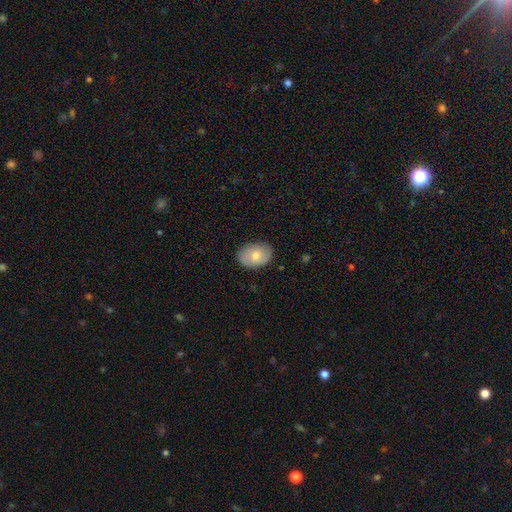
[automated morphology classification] The model was most divided on "smooth or featured": smooth: 69%, featured or disk: 24%, star or artifact: 7%. More confident: merging — none (85%); how rounded — in between (78%).